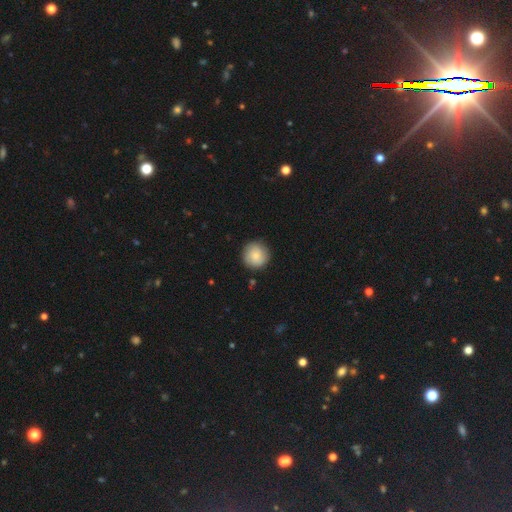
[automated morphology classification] Overall: smooth (80%). How rounded: round (95%). Merging: none (89%).